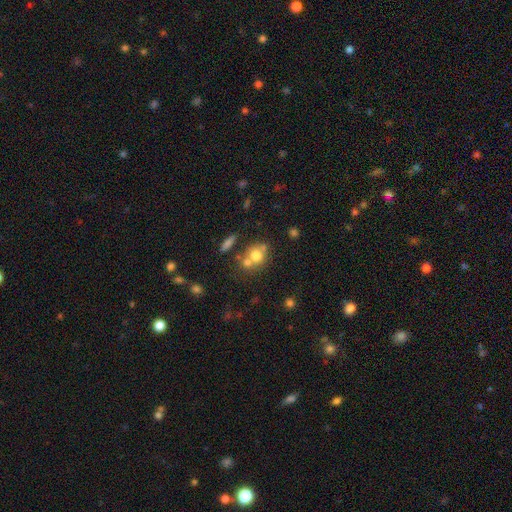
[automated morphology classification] This appears to be a smooth galaxy with no disk features (71%) that is round (70%). Merging: none (46%).